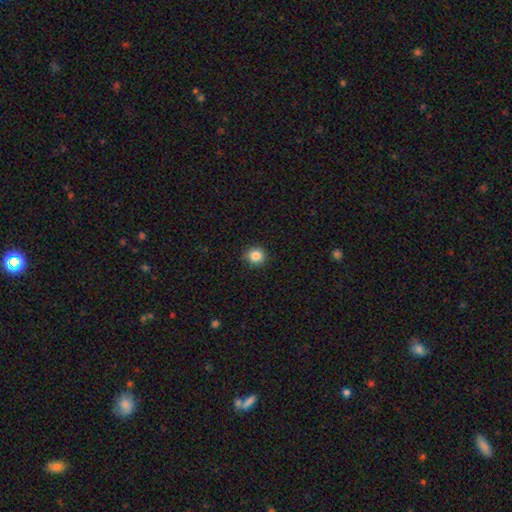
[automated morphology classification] Smooth or featured? smooth (85%)
How rounded? round (90%)
Merging? none (88%)